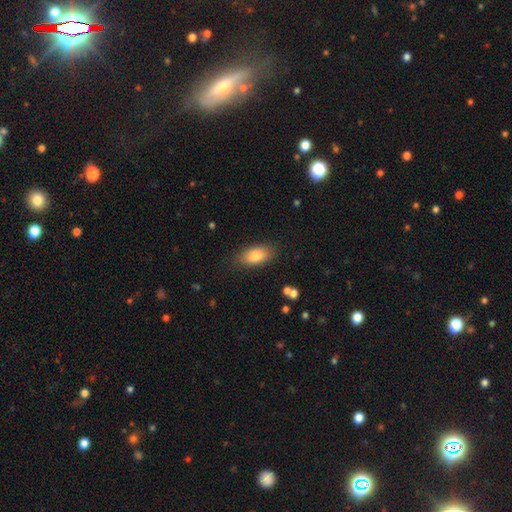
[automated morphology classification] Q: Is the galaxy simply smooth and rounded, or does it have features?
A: smooth — 82%.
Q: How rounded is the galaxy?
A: in between — 89%.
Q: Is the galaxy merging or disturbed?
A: none — 84%.